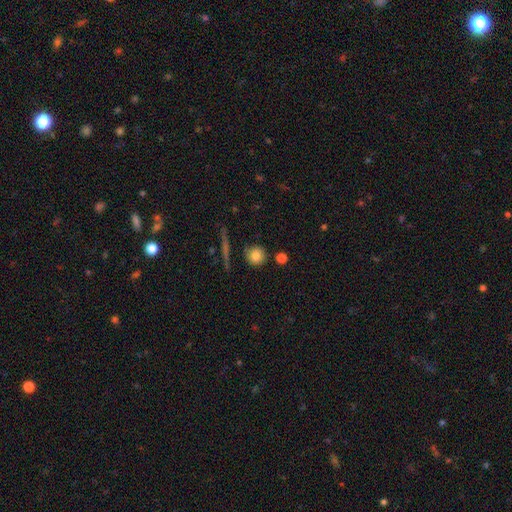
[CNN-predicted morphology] A smooth galaxy with no disk features (80%) that is round (92%). Merging: none (83%).